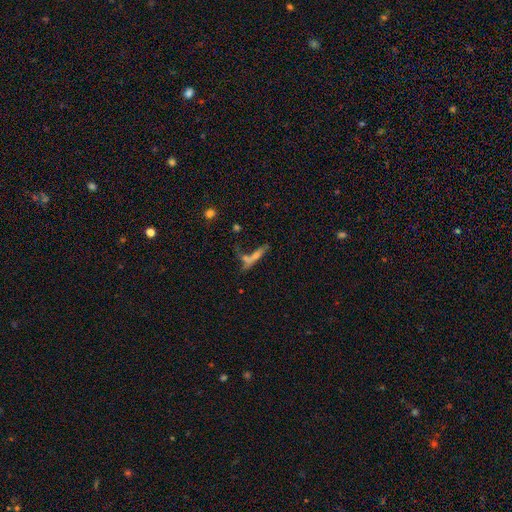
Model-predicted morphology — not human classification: smooth-or-featured: smooth: 46% | featured or disk: 38% | star or artifact: 16%
  merging: none: 46% | merger: 30% | minor disturbance: 14% | major disturbance: 11%